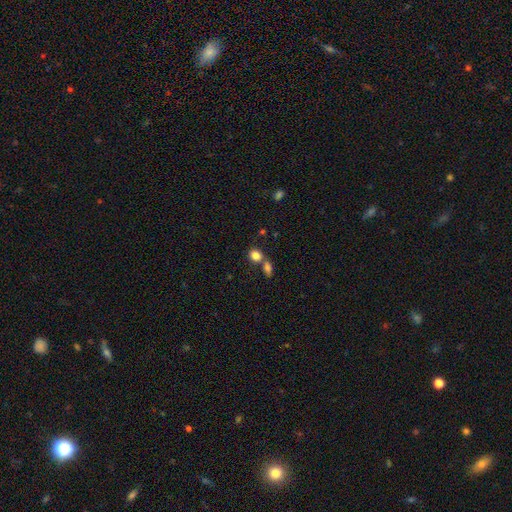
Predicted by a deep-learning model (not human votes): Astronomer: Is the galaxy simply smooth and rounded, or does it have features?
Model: smooth — 82%.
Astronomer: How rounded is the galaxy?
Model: round — 52% (runner-up: in between, 46%).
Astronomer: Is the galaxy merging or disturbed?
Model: none — 44% (runner-up: merger, 43%).